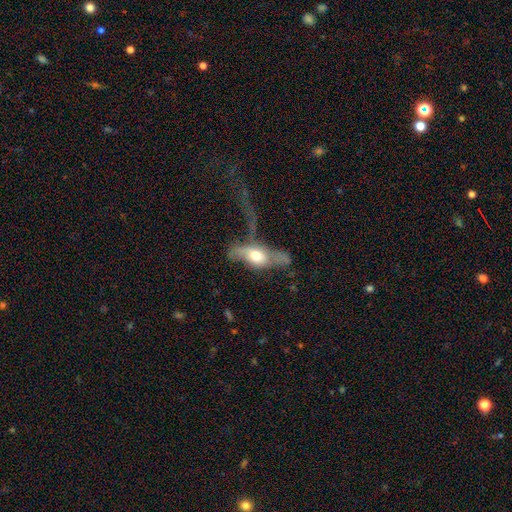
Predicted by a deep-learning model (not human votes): Smooth or featured? smooth (47%)
Merging? major disturbance (58%)